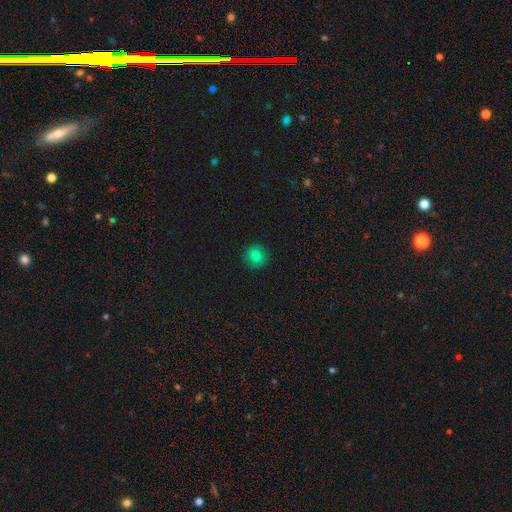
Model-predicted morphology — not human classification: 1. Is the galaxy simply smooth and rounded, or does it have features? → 79% smooth, 12% star or artifact, 9% featured or disk.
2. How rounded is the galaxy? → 93% round, 6% in between, 1% cigar-shaped.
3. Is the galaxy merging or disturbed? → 90% none, 7% minor disturbance, 2% major disturbance, 1% merger.